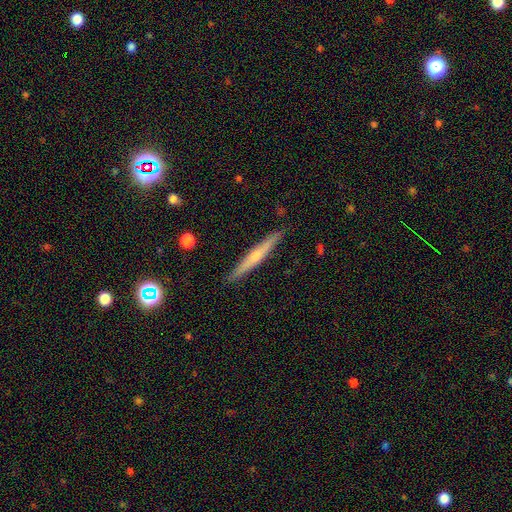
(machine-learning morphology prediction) type=featured or disk (61%); edge-on=yes (97%); edge-on bulge=rounded (74%); merging=none (90%).